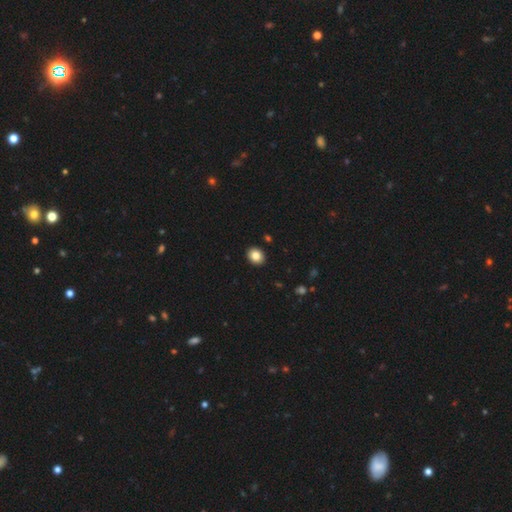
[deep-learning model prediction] This is clearly a smooth galaxy (85%). How rounded: possibly round (59%). Merging: clearly none (92%).